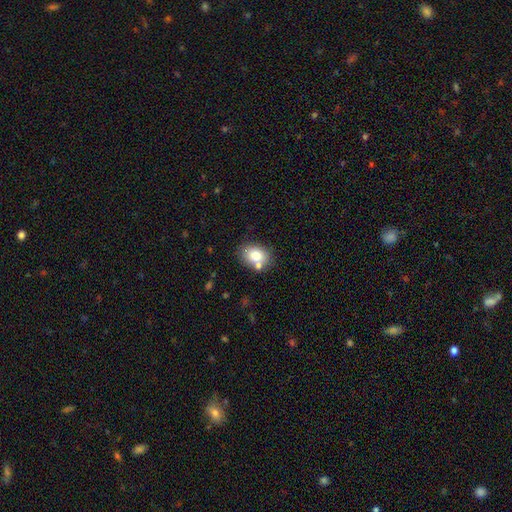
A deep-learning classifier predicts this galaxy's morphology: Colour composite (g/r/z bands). It shows a smooth galaxy with no disk features (79%) that is in between round and cigar-shaped (69%). Merging: none (65%).